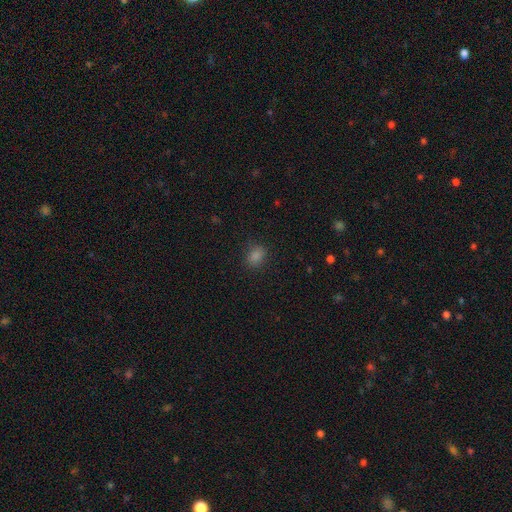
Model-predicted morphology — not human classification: smooth_or_featured: smooth (p=0.80) [alt: star or artifact p=0.16]
how_rounded: in between (p=0.56) [alt: round p=0.43]
merging: none (p=0.86) [alt: minor disturbance p=0.10]